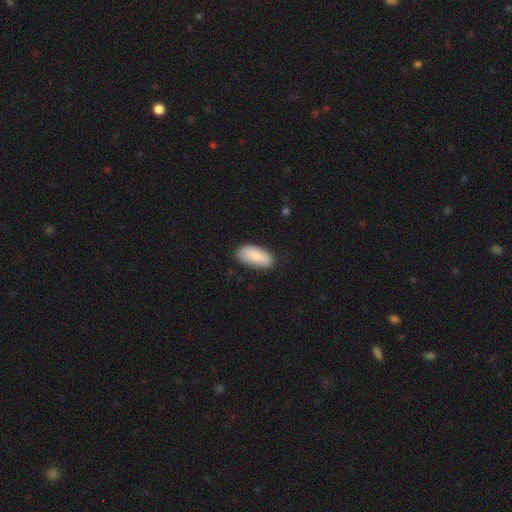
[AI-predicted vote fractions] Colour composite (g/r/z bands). It shows a smooth galaxy with no disk features (79%) that is in between round and cigar-shaped (91%). Merging: none (80%).